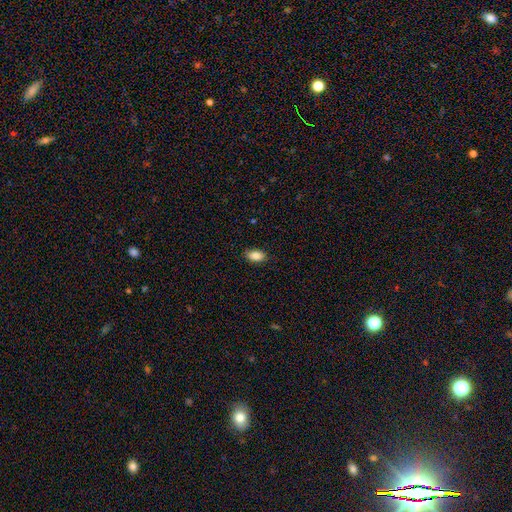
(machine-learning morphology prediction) Q: Smooth or featured?
A: smooth (87%); runner-up: star or artifact (7%)
Q: How rounded?
A: in between (92%); runner-up: round (5%)
Q: Merging?
A: none (87%); runner-up: minor disturbance (10%)